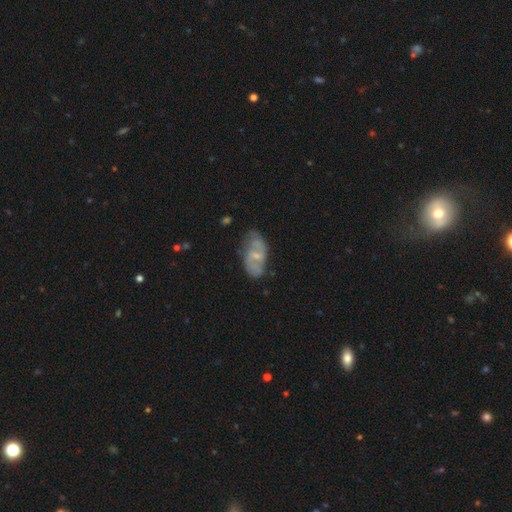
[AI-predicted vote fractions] This appears to be a featured or disk galaxy (65%) with a weak bar (48%), spiral arms (79%) and a small central bulge (60%). Merging: none (62%).